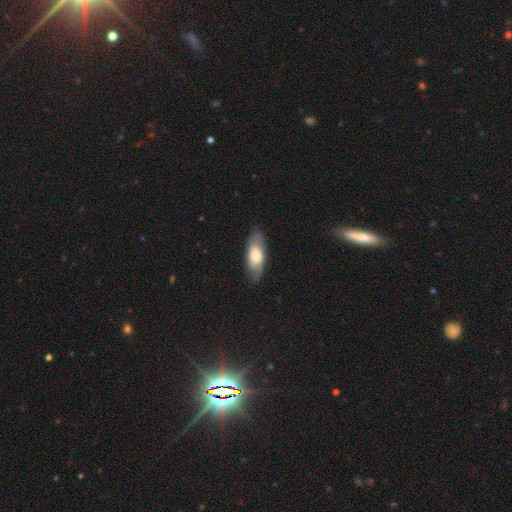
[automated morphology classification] smooth_or_featured: smooth (p=0.65) [alt: featured or disk p=0.29]
how_rounded: in between (p=0.75) [alt: cigar-shaped p=0.23]
merging: none (p=0.77) [alt: minor disturbance p=0.17]